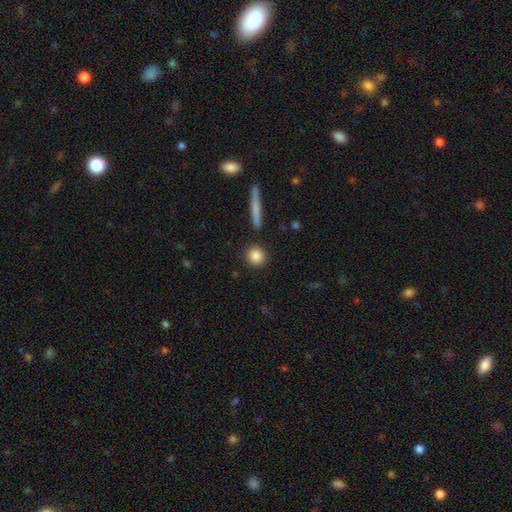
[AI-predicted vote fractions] A smooth galaxy with no disk features (85%) that is round (87%).

Vote fractions:
- Smooth or featured? smooth: 85% / star or artifact: 8% / featured or disk: 6%
- How rounded? round: 87% / in between: 10% / cigar-shaped: 3%
- Merging? none: 88% / minor disturbance: 7% / merger: 4% / major disturbance: 2%